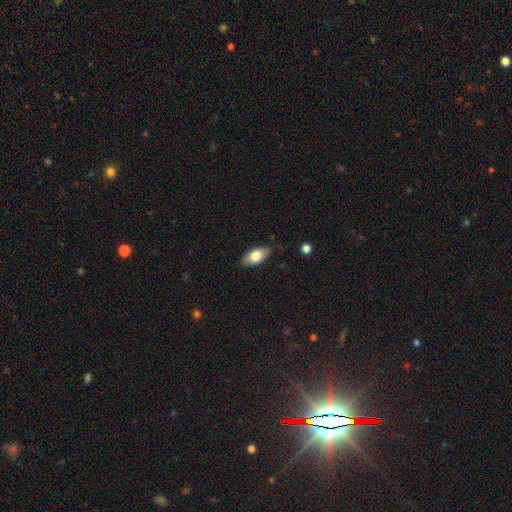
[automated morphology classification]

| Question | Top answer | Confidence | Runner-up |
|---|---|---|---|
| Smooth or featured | smooth | 73% | featured or disk (20%) |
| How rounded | in between | 89% | cigar-shaped (7%) |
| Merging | none | 82% | minor disturbance (14%) |